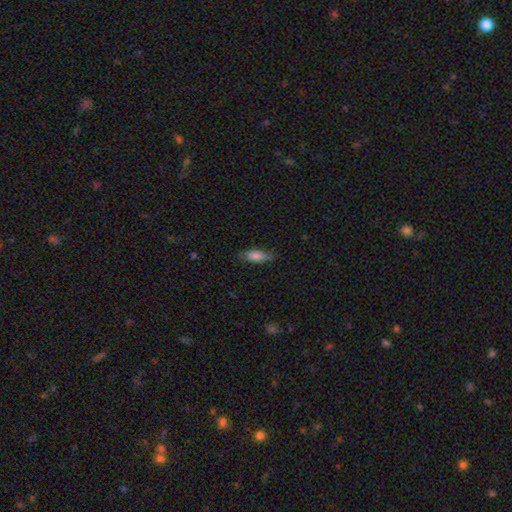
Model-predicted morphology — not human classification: This is clearly a smooth galaxy (80%). How rounded: likely in between (64%). Merging: likely none (80%).